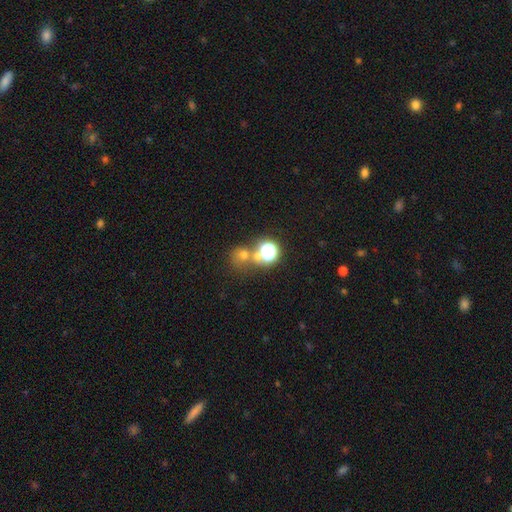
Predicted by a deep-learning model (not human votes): A smooth galaxy with no disk features (47%). Merging: none (59%).